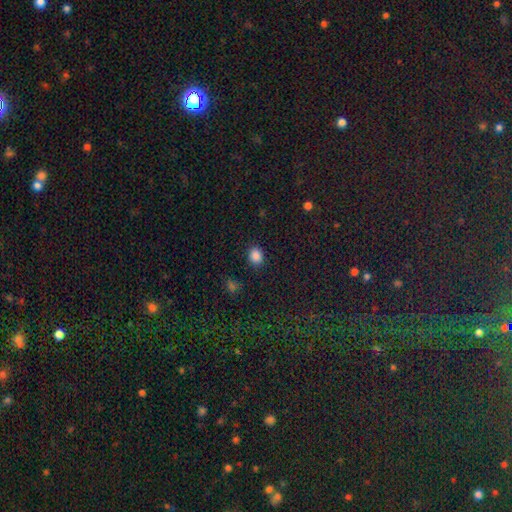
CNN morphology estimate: This is clearly a smooth galaxy (86%). How rounded: likely round (61%). Merging: clearly none (88%).